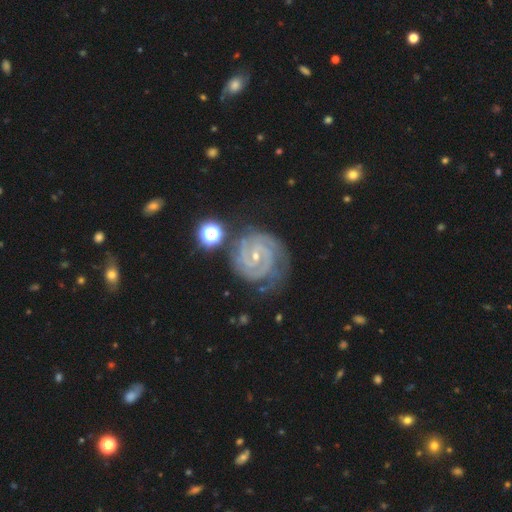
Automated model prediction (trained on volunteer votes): featured or disk 91%, star or artifact 6%, smooth 4%. Down the decision tree: edge-on disk — no (98%); bar — weak (44%); spiral arms — yes (99%); spiral arm count — 2 (56%); spiral winding — tight (73%); bulge size — small (75%); merging — none (68%).